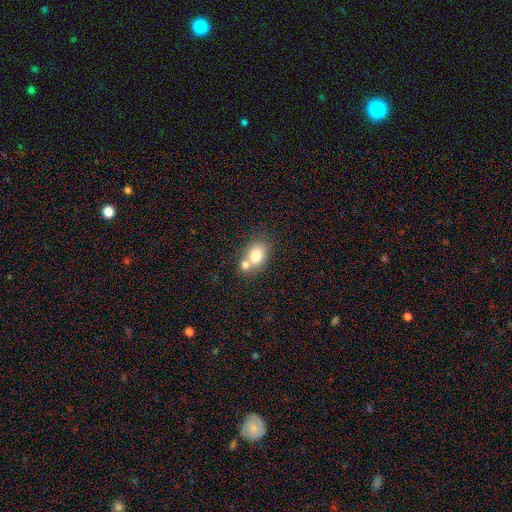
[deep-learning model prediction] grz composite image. It shows a smooth galaxy with no disk features (76%) that is in between round and cigar-shaped (68%). Merging: merger (50%).